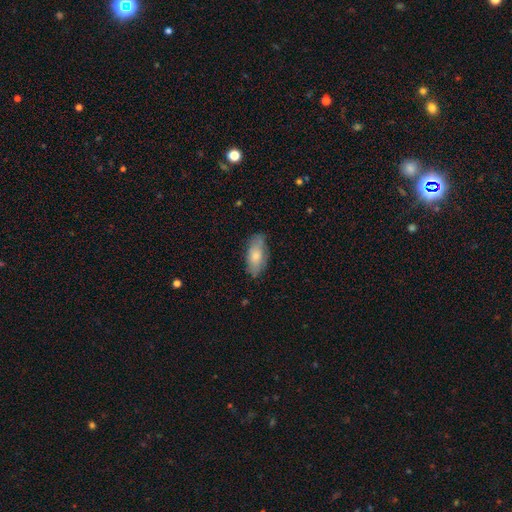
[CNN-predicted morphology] smooth-or-featured: smooth: 72% | featured or disk: 22% | star or artifact: 6%
  how-rounded: in between: 89% | cigar-shaped: 8% | round: 3%
  merging: none: 75% | minor disturbance: 20% | major disturbance: 4% | merger: 1%